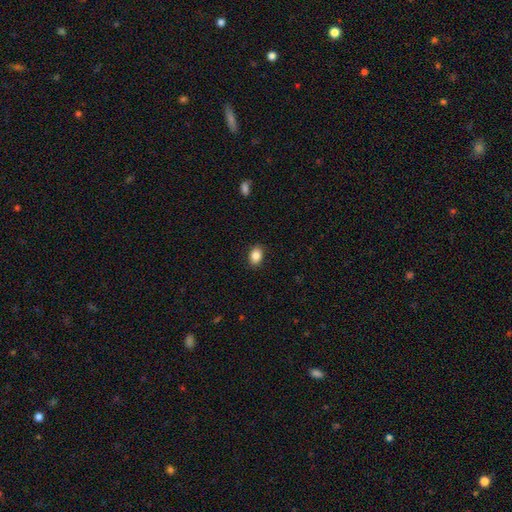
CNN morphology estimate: A smooth galaxy with no disk features (86%) that is in between round and cigar-shaped (79%).

Vote fractions:
- Smooth or featured? smooth: 86% / star or artifact: 8% / featured or disk: 6%
- How rounded? in between: 79% / round: 20% / cigar-shaped: 1%
- Merging? none: 88% / minor disturbance: 9% / major disturbance: 2% / merger: 1%